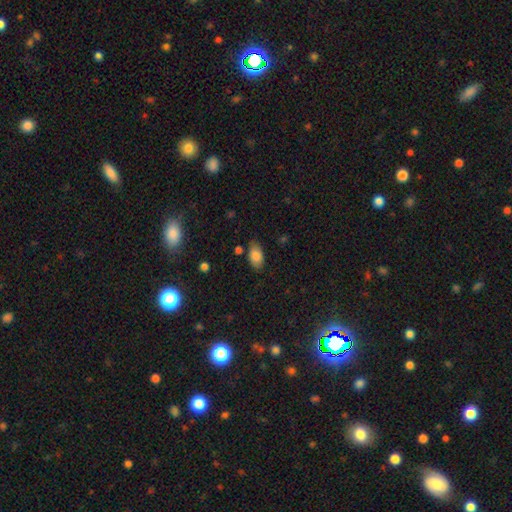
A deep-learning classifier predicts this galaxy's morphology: Smooth or featured?
  - smooth: 83% *
  - featured or disk: 8%
  - star or artifact: 8%
How rounded?
  - in between: 93% *
  - round: 5%
  - cigar-shaped: 2%
Merging?
  - none: 77% *
  - minor disturbance: 16%
  - major disturbance: 3%
  - merger: 3%